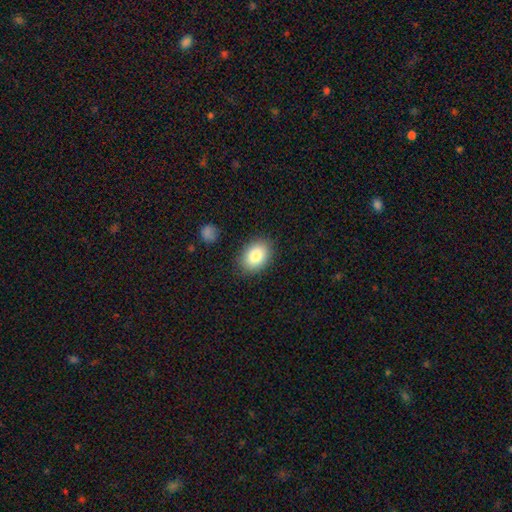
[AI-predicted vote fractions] This is clearly a smooth galaxy (84%). How rounded: likely in between (78%). Merging: clearly none (84%).